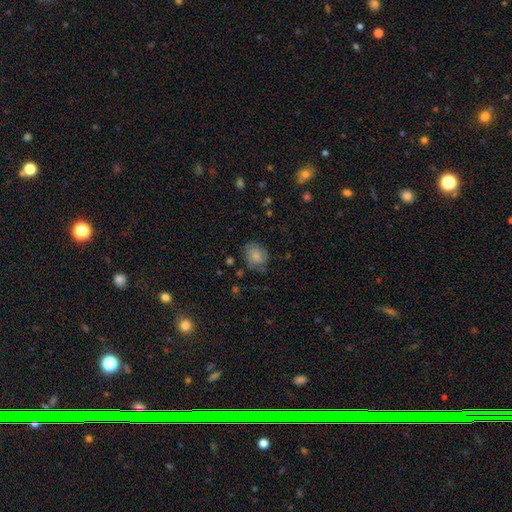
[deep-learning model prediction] Morphology: type=smooth (63%); roundness=round (56%); merging=none (60%).